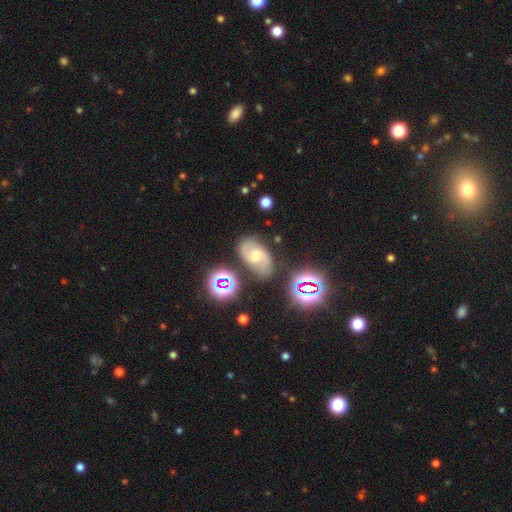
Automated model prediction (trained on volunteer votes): This is likely a featured or disk galaxy (60%). It is clearly not viewed edge-on (96%). Bar: possibly weak (45%, tied with no). Spiral arm pattern: clearly yes (91%). Spiral arm count: likely 2 (79%). Spiral winding: possibly medium (49%). Central bulge: possibly moderate (53%). Merging: likely none (73%).